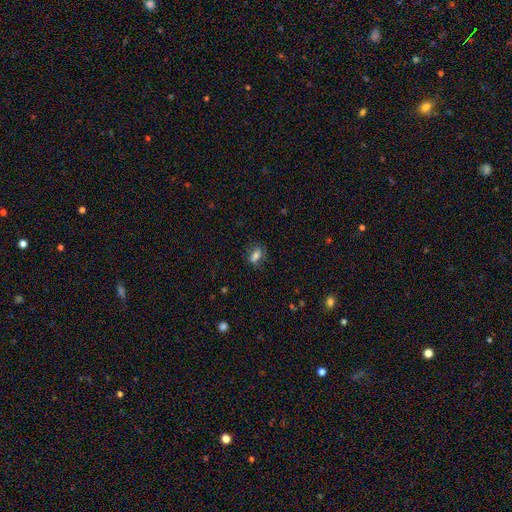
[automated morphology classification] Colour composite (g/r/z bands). It shows a smooth galaxy with no disk features (67%) that is in between round and cigar-shaped (72%). Merging: none (68%).